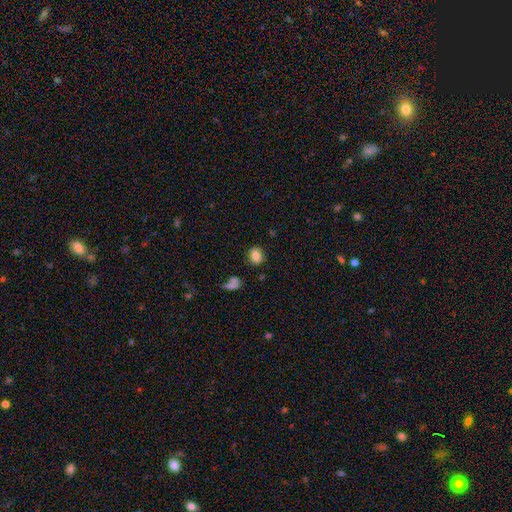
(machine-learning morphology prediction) smooth-or-featured: smooth: 82% | star or artifact: 10% | featured or disk: 8%
  how-rounded: in between: 51% | round: 47% | cigar-shaped: 1%
  merging: none: 82% | minor disturbance: 12% | major disturbance: 3% | merger: 3%